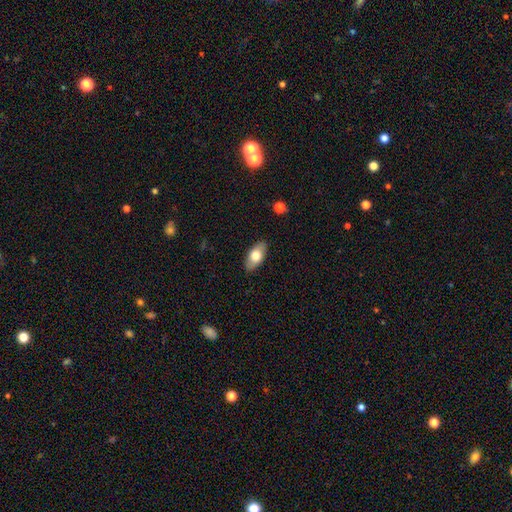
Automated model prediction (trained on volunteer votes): This is likely a smooth galaxy (72%). How rounded: clearly in between (93%). Merging: clearly none (87%).